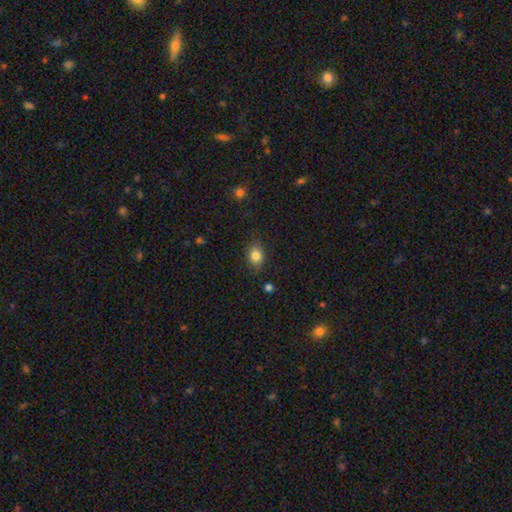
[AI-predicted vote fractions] A smooth galaxy with no disk features (84%) that is in between round and cigar-shaped (59%). Merging: none (82%).